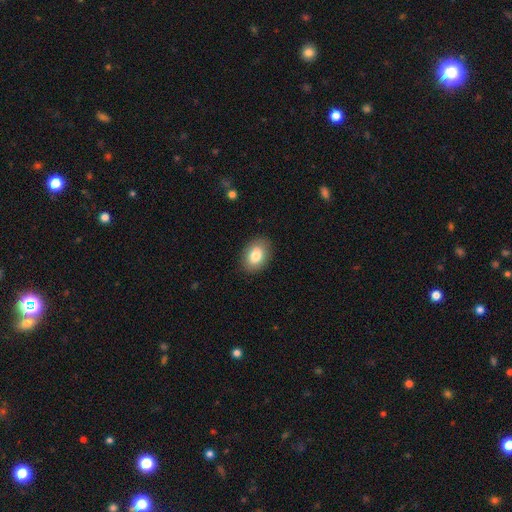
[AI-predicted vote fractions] Smooth or featured? smooth (82%)
How rounded? in between (80%)
Merging? none (87%)